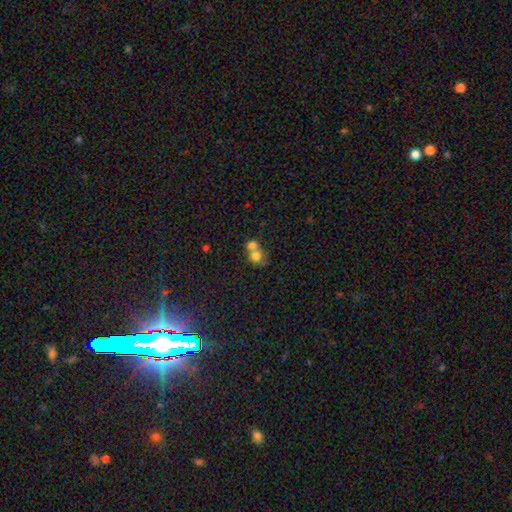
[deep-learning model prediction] Morphology: type=smooth (74%); roundness=round (75%); merging=merger (66%).